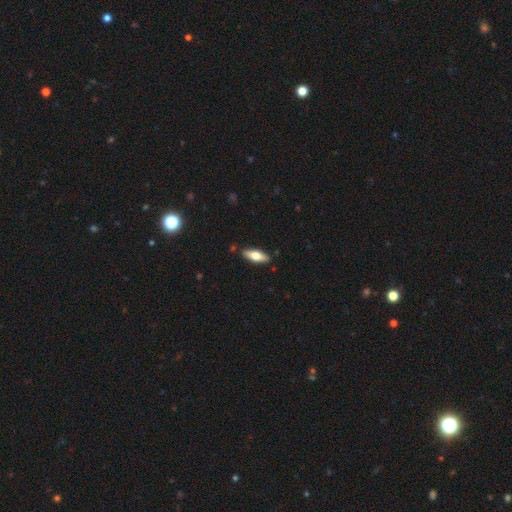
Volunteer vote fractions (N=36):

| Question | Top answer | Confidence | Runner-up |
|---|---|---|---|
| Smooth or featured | smooth | 50% | featured or disk (44%) |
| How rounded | in between | 67% | cigar-shaped (28%) |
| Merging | none | 91% | minor disturbance (6%) |